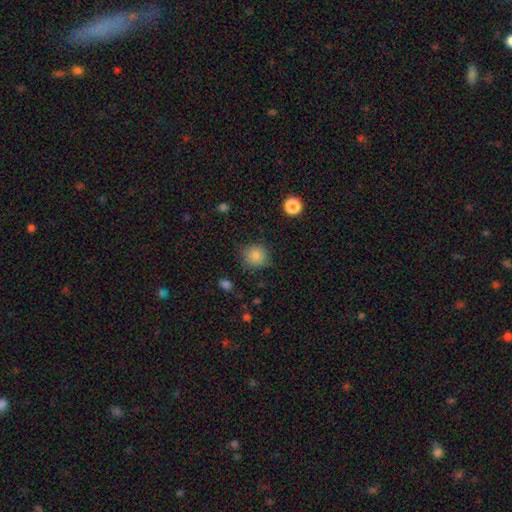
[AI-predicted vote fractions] smooth_or_featured: smooth (p=0.83) [alt: star or artifact p=0.11]
how_rounded: round (p=0.89) [alt: in between p=0.10]
merging: none (p=0.82) [alt: minor disturbance p=0.13]